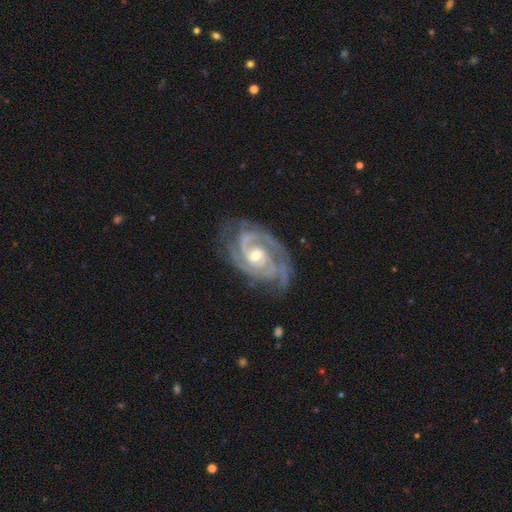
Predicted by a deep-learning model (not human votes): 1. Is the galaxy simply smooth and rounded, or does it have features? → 93% featured or disk, 4% star or artifact, 3% smooth.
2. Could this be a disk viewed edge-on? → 97% no, 3% yes.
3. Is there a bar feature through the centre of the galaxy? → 57% no, 33% weak, 10% strong.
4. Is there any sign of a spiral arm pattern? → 98% yes, 2% no.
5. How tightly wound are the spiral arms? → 65% tight, 31% medium, 4% loose.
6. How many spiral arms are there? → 44% 2, 31% 3, 9% can't tell, 7% 4, 4% 1, 4% more than 4.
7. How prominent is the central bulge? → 55% moderate, 41% small, 2% large, 1% none, 1% dominant.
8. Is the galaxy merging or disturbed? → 73% none, 19% minor disturbance, 7% major disturbance, 1% merger.